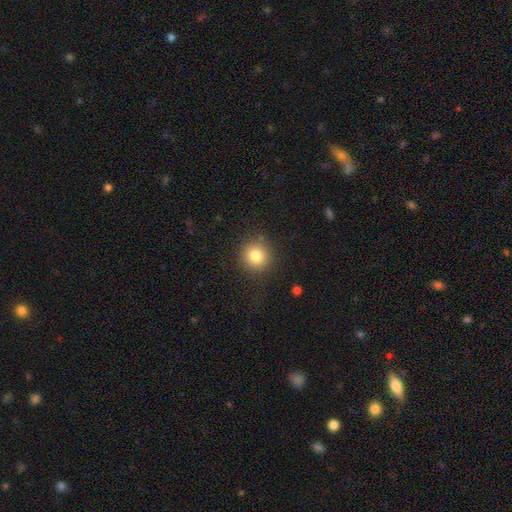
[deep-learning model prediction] Smooth or featured? Predicted: smooth (p=0.83). How rounded? Predicted: round (p=0.91). Merging? Predicted: none (p=0.86).